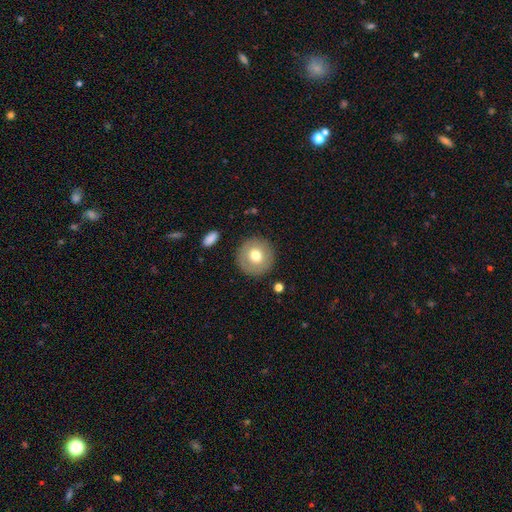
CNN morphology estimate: smooth 69%, featured or disk 23%, star or artifact 8%. Down the decision tree: how rounded — round (95%); merging — none (89%).